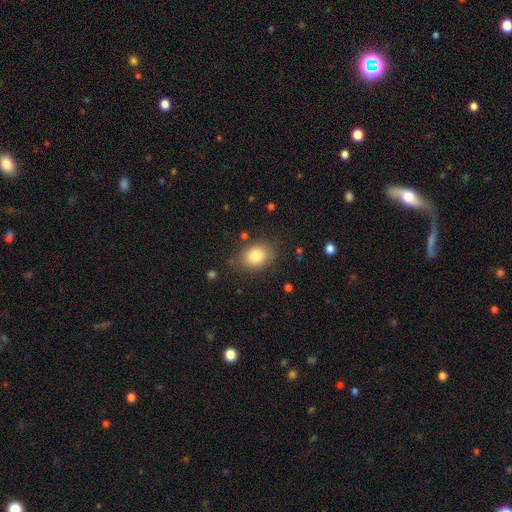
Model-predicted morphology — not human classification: smooth_or_featured: smooth (p=0.83) [alt: star or artifact p=0.09]
how_rounded: in between (p=0.68) [alt: round p=0.31]
merging: none (p=0.81) [alt: minor disturbance p=0.13]